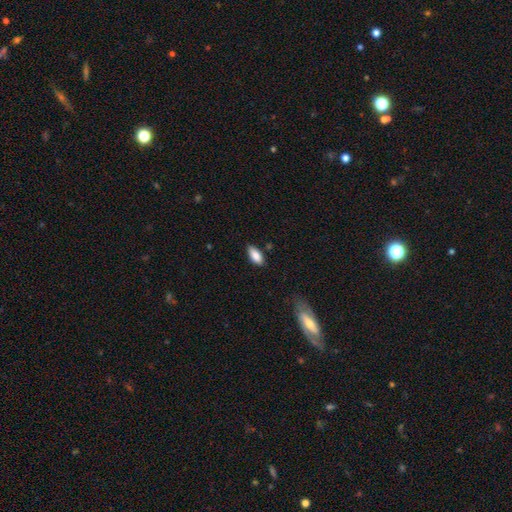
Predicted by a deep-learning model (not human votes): Morphology: type=smooth (85%); roundness=in between (87%); merging=none (81%).